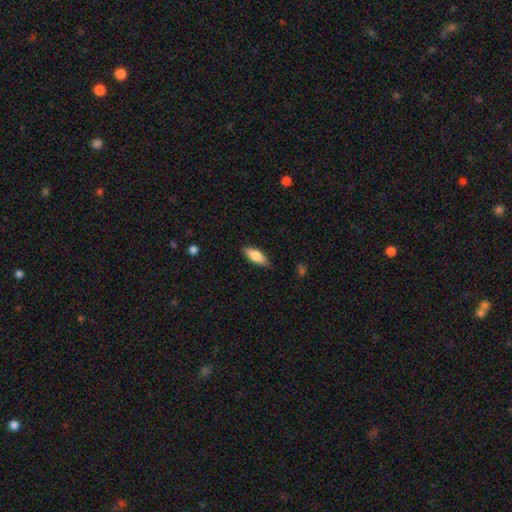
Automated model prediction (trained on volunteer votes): Smooth or featured: smooth — 80% (featured or disk — 13%)
How rounded: in between — 76% (cigar-shaped — 22%)
Merging: none — 81% (minor disturbance — 15%)